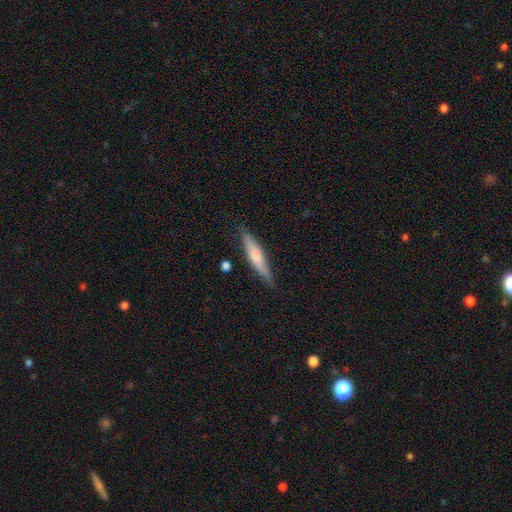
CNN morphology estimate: Q: Smooth or featured?
A: smooth (56%); runner-up: featured or disk (38%)
Q: How rounded?
A: cigar-shaped (85%); runner-up: in between (13%)
Q: Merging?
A: none (82%); runner-up: minor disturbance (14%)